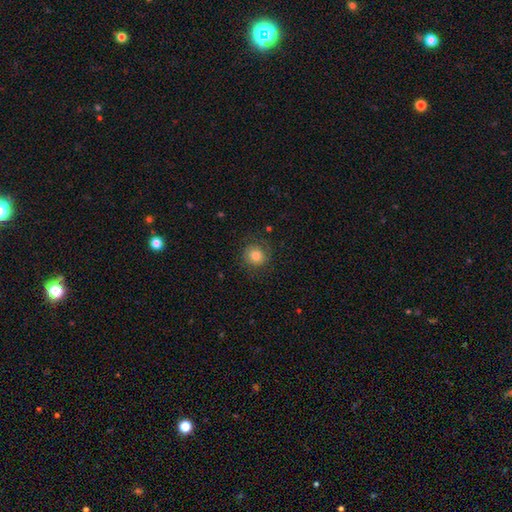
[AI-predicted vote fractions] Smooth or featured? Predicted: smooth (p=0.73). How rounded? Predicted: round (p=0.90). Merging? Predicted: none (p=0.77).